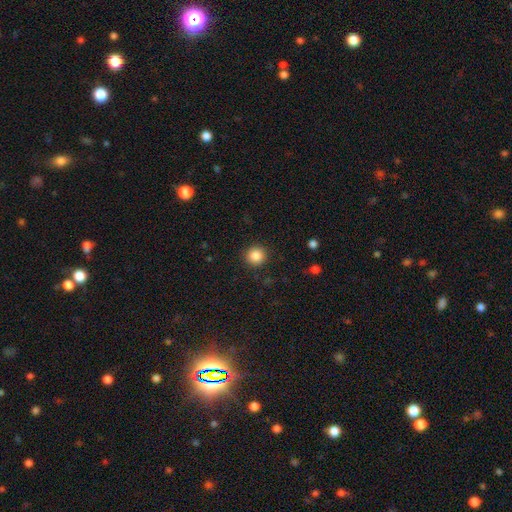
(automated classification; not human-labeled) Smooth or featured? smooth (86%)
How rounded? round (94%)
Merging? none (91%)